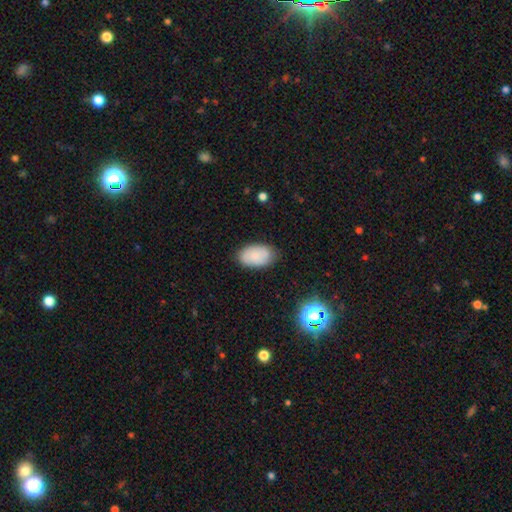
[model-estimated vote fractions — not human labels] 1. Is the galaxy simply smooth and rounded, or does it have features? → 80% smooth, 13% featured or disk, 7% star or artifact.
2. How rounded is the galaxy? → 92% in between, 6% round, 1% cigar-shaped.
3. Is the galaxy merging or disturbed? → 82% none, 14% minor disturbance, 3% major disturbance, 1% merger.